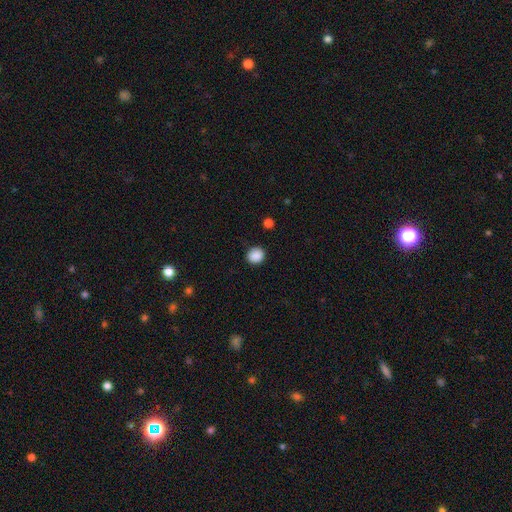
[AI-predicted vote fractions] The model was most divided on "how rounded": round: 85%, in between: 14%, cigar-shaped: 1%. More confident: merging — none (90%); smooth or featured — smooth (88%).